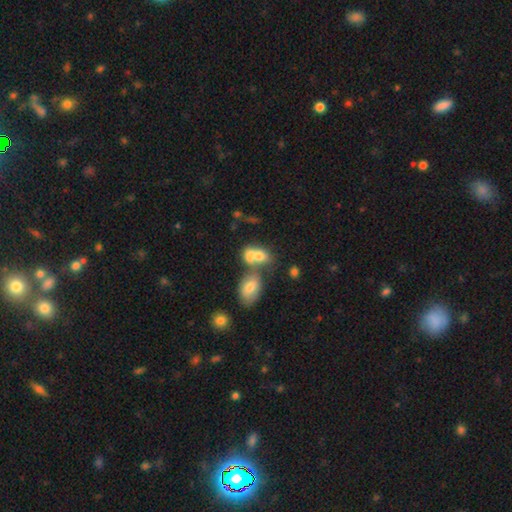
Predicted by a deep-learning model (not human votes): Smooth or featured? smooth (73%)
How rounded? in between (76%)
Merging? merger (62%)